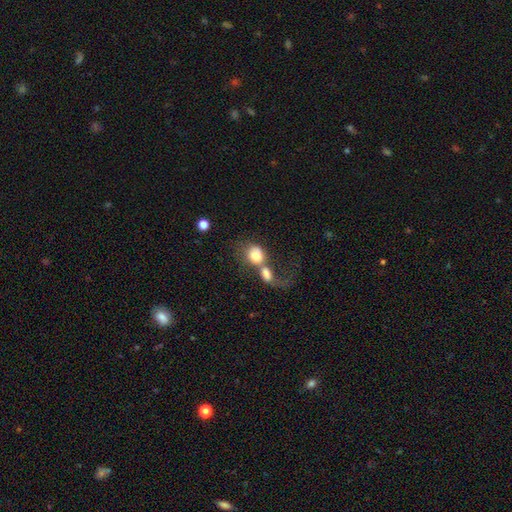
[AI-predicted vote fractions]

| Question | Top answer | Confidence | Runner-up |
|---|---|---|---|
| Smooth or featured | smooth | 71% | featured or disk (20%) |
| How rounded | round | 59% | in between (40%) |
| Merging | merger | 69% | major disturbance (14%) |